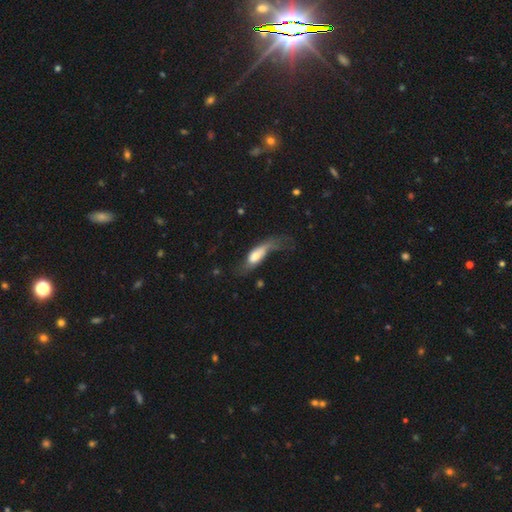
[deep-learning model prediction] Smooth or featured? smooth (56%)
How rounded? in between (63%)
Merging? major disturbance (45%)